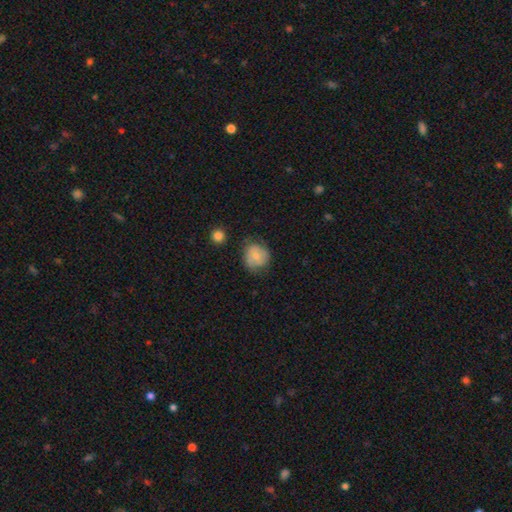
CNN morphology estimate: Smooth or featured: smooth — 69% (featured or disk — 23%)
How rounded: round — 79% (in between — 20%)
Merging: none — 63% (minor disturbance — 26%)